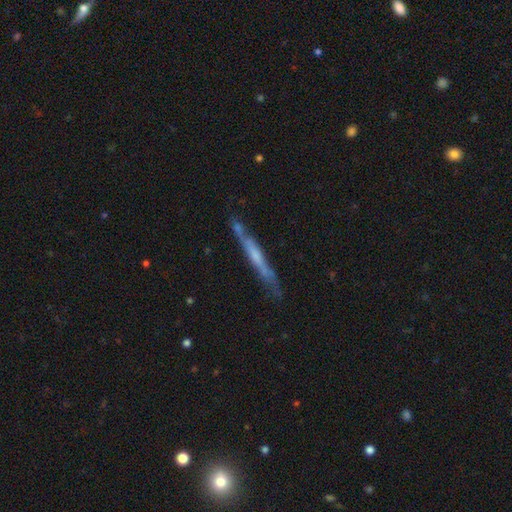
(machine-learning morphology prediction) This is likely a featured or disk galaxy (62%). It is clearly viewed edge-on (90%). Edge-on bulge: possibly none (60%). Merging: likely none (70%).